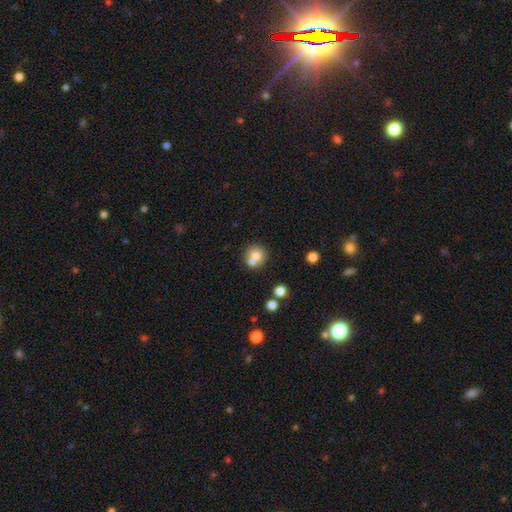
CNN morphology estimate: smooth_or_featured: smooth (p=0.71) [alt: featured or disk p=0.18]
how_rounded: round (p=0.87) [alt: in between p=0.12]
merging: none (p=0.50) [alt: merger p=0.40]